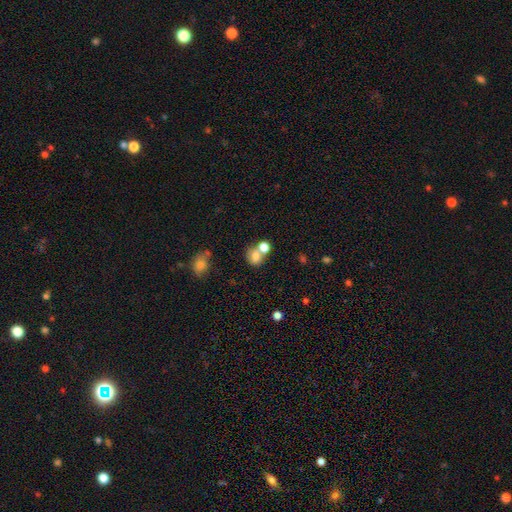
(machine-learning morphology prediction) This is likely a smooth galaxy (76%). How rounded: possibly round (56%). Merging: possibly merger (46%).